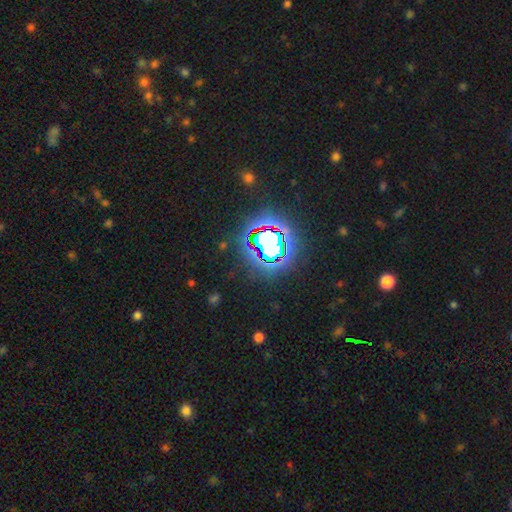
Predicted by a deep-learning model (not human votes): Smooth or featured? star or artifact (74%)